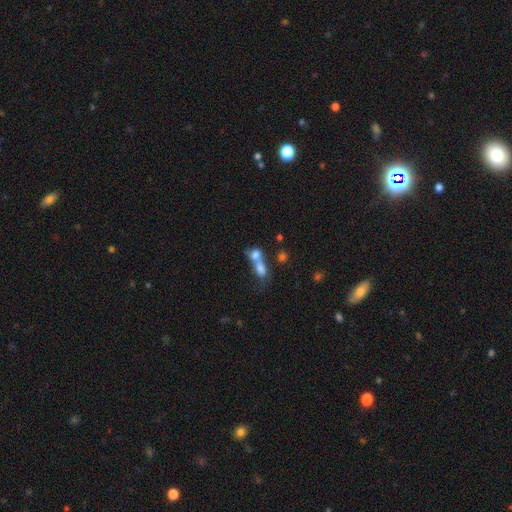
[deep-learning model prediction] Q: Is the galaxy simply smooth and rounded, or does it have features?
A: smooth — 70%.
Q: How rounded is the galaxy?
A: in between — 60%.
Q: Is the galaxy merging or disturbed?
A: merger — 72%.